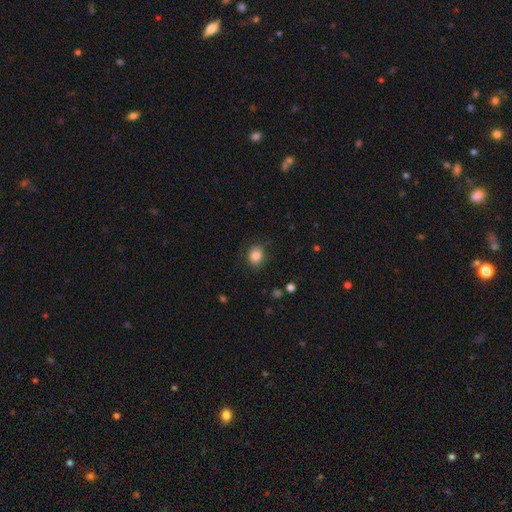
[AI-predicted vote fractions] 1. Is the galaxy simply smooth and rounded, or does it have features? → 84% smooth, 10% star or artifact, 6% featured or disk.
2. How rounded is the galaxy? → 61% round, 38% in between, 1% cigar-shaped.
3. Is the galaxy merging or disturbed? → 79% none, 15% minor disturbance, 4% major disturbance, 1% merger.